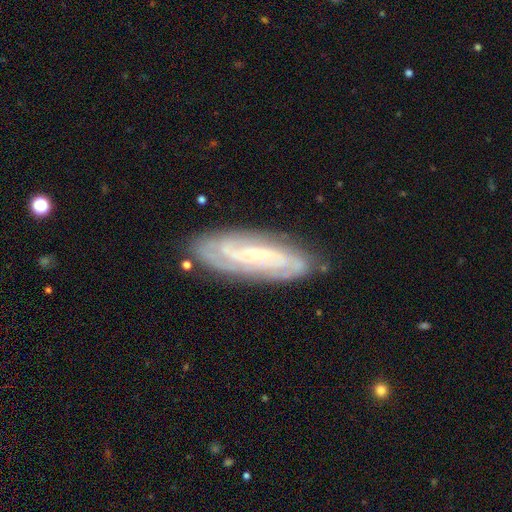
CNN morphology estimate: featured or disk 83%, smooth 11%, star or artifact 6%. Down the decision tree: edge-on disk — no (87%); bar — no (54%); spiral arms — yes (95%); spiral arm count — can't tell (33%); spiral winding — tight (64%); bulge size — small (78%); merging — none (82%).